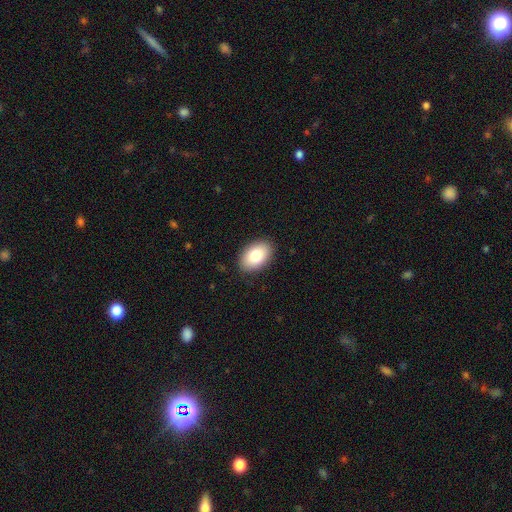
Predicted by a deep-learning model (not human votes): Overall: smooth (82%). How rounded: in between (90%). Merging: none (89%).